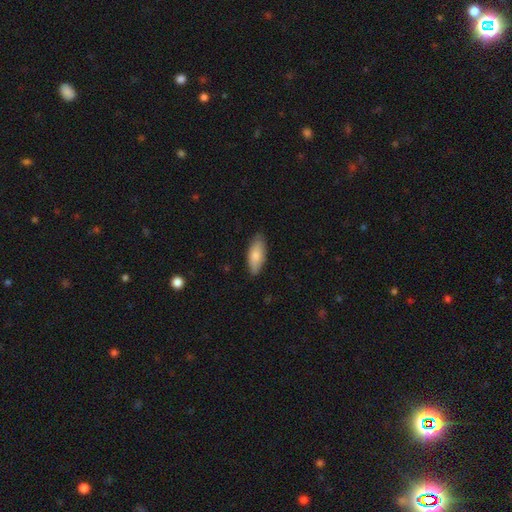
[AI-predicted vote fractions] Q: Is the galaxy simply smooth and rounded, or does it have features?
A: smooth — 81%.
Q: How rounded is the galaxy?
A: in between — 82%.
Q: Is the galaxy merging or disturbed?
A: none — 81%.